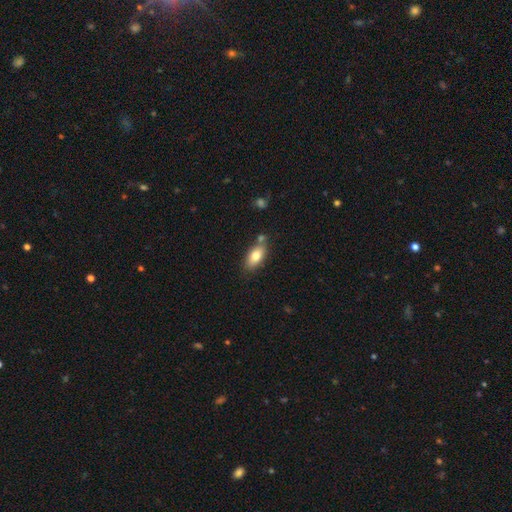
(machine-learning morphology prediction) Overall: smooth (79%). How rounded: in between (88%). Merging: none (69%).